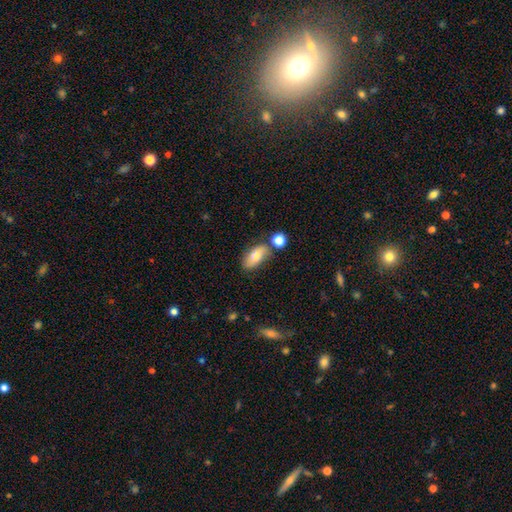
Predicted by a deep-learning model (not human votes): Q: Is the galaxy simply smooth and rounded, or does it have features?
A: smooth — 69%.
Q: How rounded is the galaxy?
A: in between — 86%.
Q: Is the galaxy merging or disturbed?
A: none — 63%.